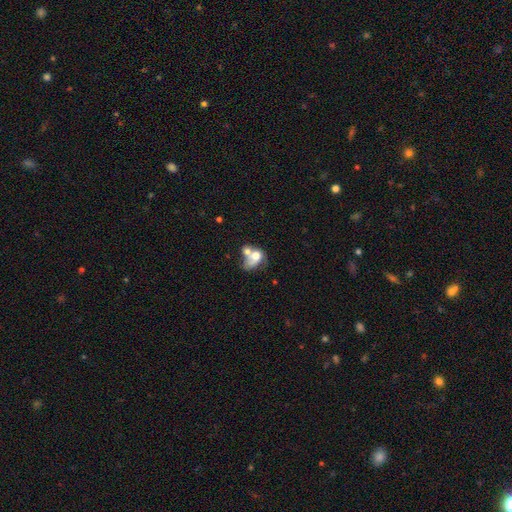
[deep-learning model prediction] Smooth or featured?
  - smooth: 53% *
  - featured or disk: 37%
  - star or artifact: 10%
How rounded?
  - in between: 59% *
  - round: 39%
  - cigar-shaped: 2%
Merging?
  - merger: 63% *
  - major disturbance: 16%
  - none: 12%
  - minor disturbance: 9%